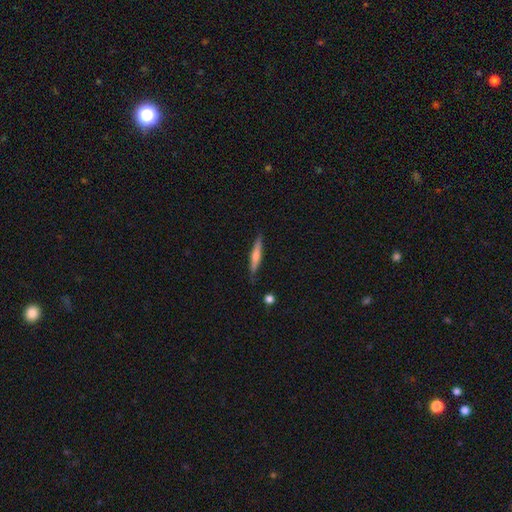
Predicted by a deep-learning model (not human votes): The model was most divided on "smooth or featured": featured or disk: 48%, smooth: 46%, star or artifact: 6%. More confident: merging — none (86%).